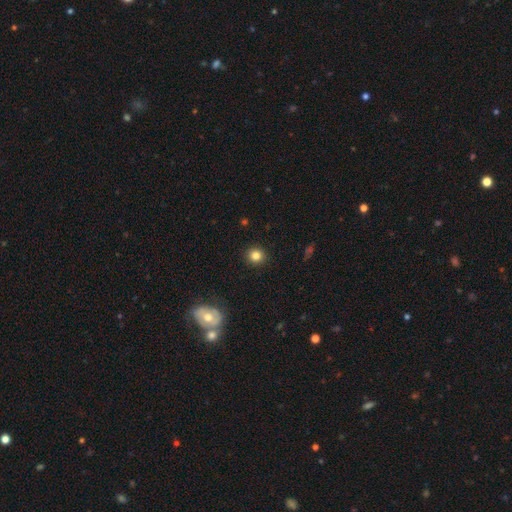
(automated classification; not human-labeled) The model was most divided on "smooth or featured": smooth: 83%, star or artifact: 11%, featured or disk: 6%. More confident: merging — none (92%); how rounded — round (91%).